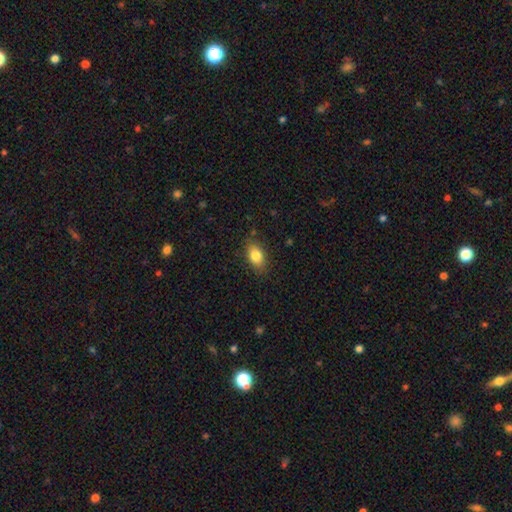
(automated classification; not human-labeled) A smooth galaxy with no disk features (83%) that is in between round and cigar-shaped (86%).

Vote fractions:
- Smooth or featured? smooth: 83% / featured or disk: 9% / star or artifact: 8%
- How rounded? in between: 86% / round: 11% / cigar-shaped: 3%
- Merging? none: 84% / minor disturbance: 12% / major disturbance: 3% / merger: 1%